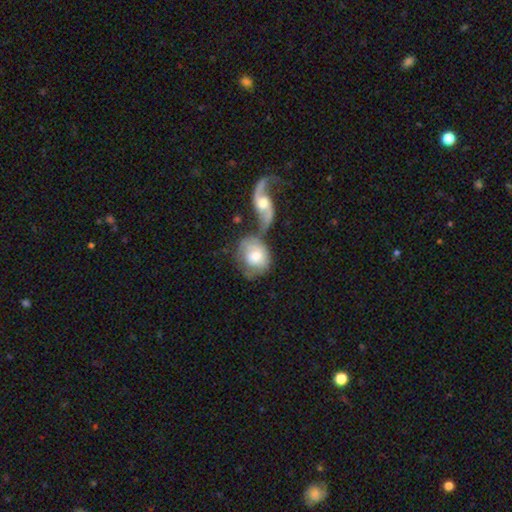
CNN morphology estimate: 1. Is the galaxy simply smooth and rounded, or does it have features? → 52% smooth, 42% featured or disk, 6% star or artifact.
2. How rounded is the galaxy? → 51% round, 47% in between, 2% cigar-shaped.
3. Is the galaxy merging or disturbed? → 54% merger, 22% none, 12% minor disturbance, 11% major disturbance.